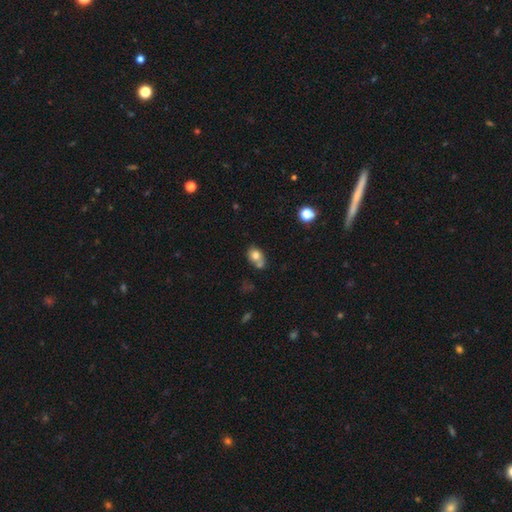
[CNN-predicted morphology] Smooth or featured?
  - smooth: 75% *
  - featured or disk: 15%
  - star or artifact: 10%
How rounded?
  - in between: 57% *
  - round: 41%
  - cigar-shaped: 1%
Merging?
  - none: 43% *
  - merger: 34%
  - minor disturbance: 17%
  - major disturbance: 6%